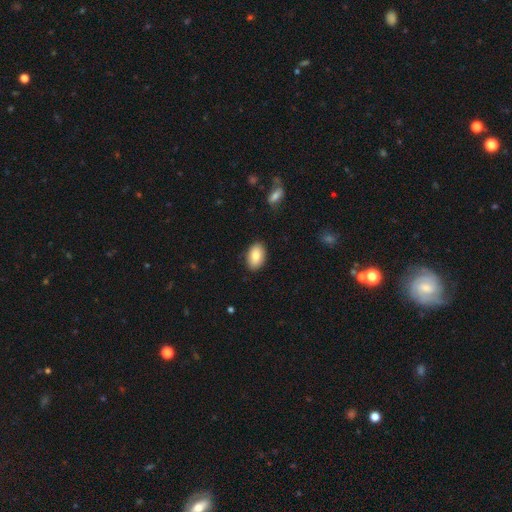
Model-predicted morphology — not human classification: Overall: smooth (83%). How rounded: in between (91%). Merging: none (87%).